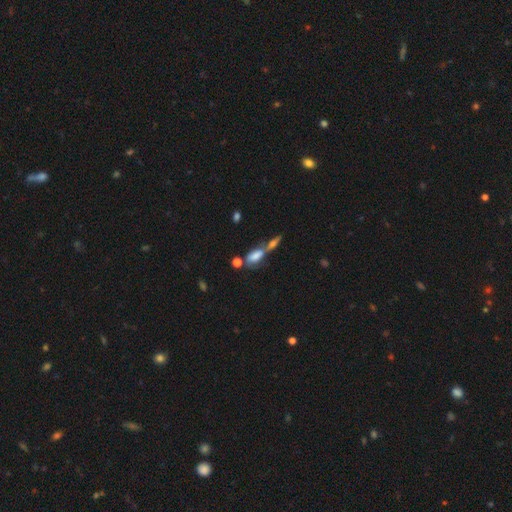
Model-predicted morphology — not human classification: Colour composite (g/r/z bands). It shows a smooth galaxy with no disk features (67%) that is in between round and cigar-shaped (78%). Merging: merger (53%).